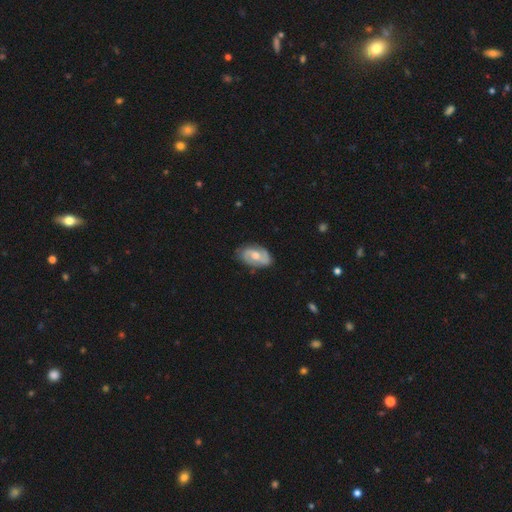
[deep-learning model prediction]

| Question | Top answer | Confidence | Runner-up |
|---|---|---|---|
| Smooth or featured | featured or disk | 74% | smooth (21%) |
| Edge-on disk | no | 95% | yes (5%) |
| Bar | no | 45% | weak (41%) |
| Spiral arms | yes | 86% | no (14%) |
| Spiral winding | medium | 43% | tight (32%) |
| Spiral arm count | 2 | 82% | can't tell (11%) |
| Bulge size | moderate | 72% | small (22%) |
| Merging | none | 78% | minor disturbance (17%) |